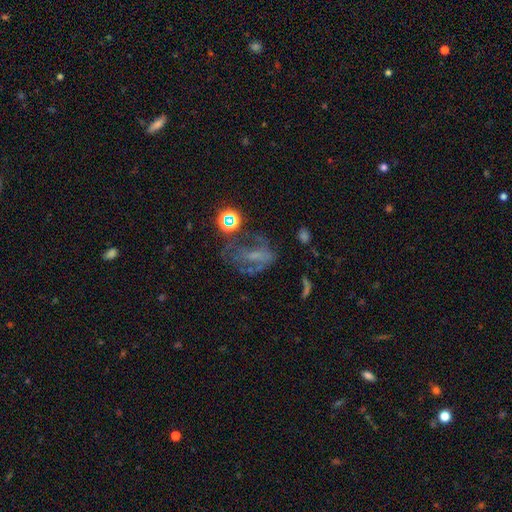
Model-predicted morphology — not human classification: Smooth or featured? featured or disk (48%)
Merging? none (39%)